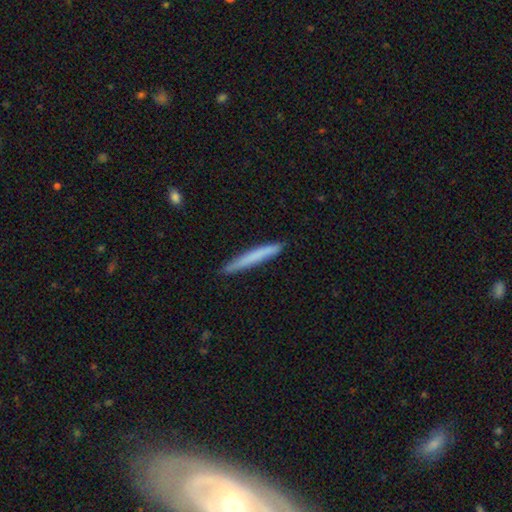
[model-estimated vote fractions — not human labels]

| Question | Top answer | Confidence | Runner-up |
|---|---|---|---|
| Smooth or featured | smooth | 69% | featured or disk (25%) |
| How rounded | cigar-shaped | 97% | in between (2%) |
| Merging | none | 89% | minor disturbance (8%) |